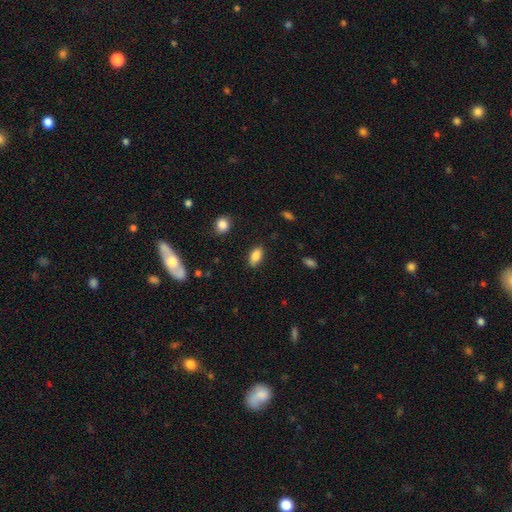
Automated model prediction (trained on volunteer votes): Smooth or featured: smooth — 86% (star or artifact — 8%)
How rounded: in between — 90% (cigar-shaped — 5%)
Merging: none — 85% (minor disturbance — 11%)